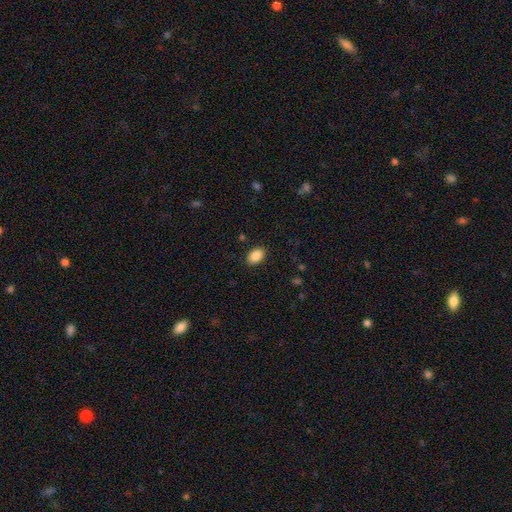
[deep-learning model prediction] Morphology: type=smooth (88%); roundness=in between (82%); merging=none (89%).